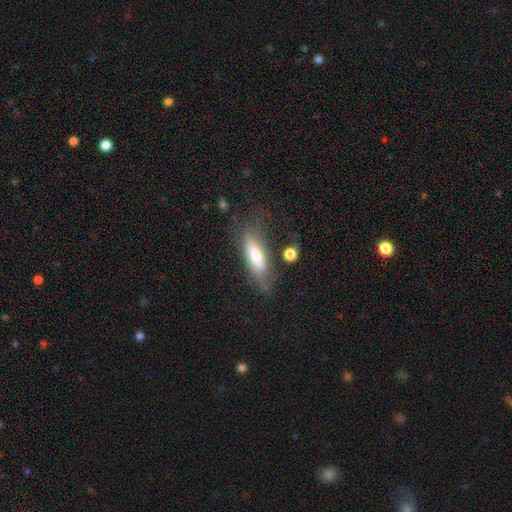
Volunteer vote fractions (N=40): A smooth galaxy with no disk features (62%) that is cigar-shaped (68%). Merging: none (51%).